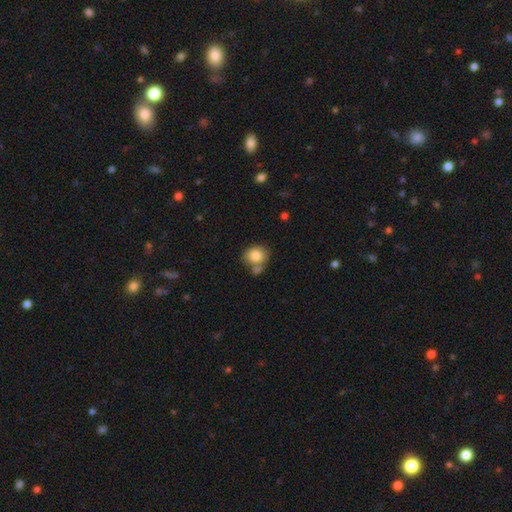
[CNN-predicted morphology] Smooth or featured? smooth (83%)
How rounded? round (68%)
Merging? none (54%)